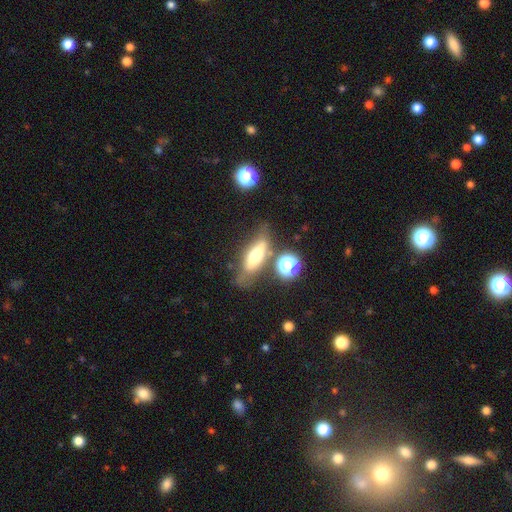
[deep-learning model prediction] A smooth galaxy with no disk features (53%) that is in between round and cigar-shaped (48%).

Vote fractions:
- Smooth or featured? smooth: 53% / featured or disk: 36% / star or artifact: 11%
- How rounded? in between: 48% / cigar-shaped: 47% / round: 5%
- Merging? none: 57% / minor disturbance: 22% / merger: 11% / major disturbance: 11%